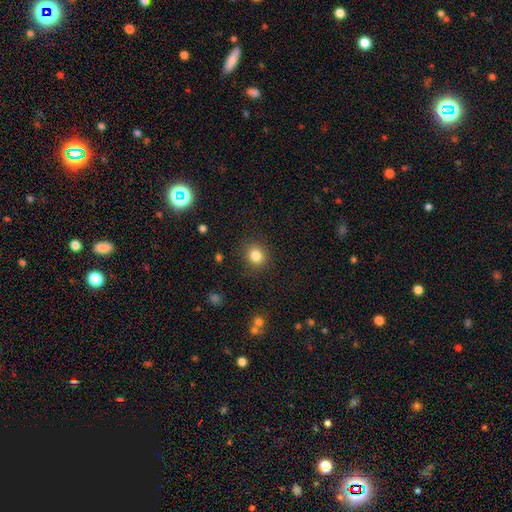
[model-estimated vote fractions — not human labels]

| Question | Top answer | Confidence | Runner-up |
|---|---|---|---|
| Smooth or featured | smooth | 83% | star or artifact (11%) |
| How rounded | round | 80% | in between (19%) |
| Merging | none | 88% | minor disturbance (8%) |